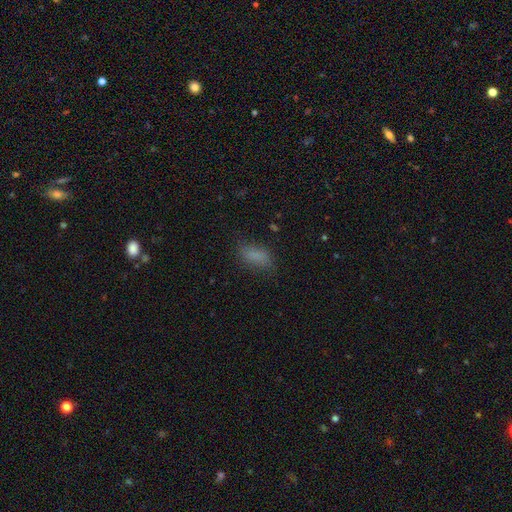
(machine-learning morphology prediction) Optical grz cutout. It shows a smooth galaxy with no disk features (81%) that is in between round and cigar-shaped (86%). Merging: none (72%).